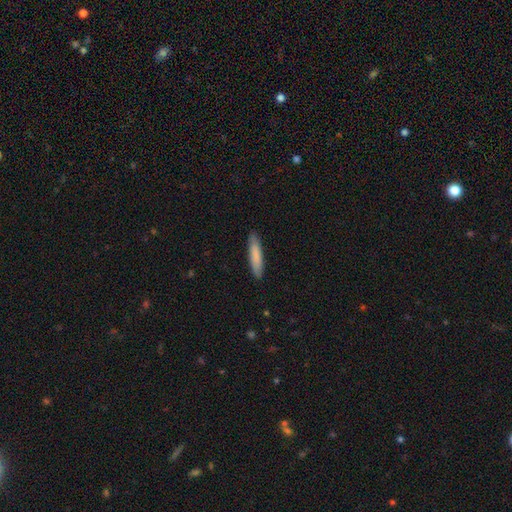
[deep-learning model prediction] A smooth galaxy with no disk features (82%) that is cigar-shaped (86%).

Vote fractions:
- Smooth or featured? smooth: 82% / featured or disk: 13% / star or artifact: 5%
- How rounded? cigar-shaped: 86% / in between: 13% / round: 1%
- Merging? none: 88% / minor disturbance: 10% / major disturbance: 2% / merger: 1%